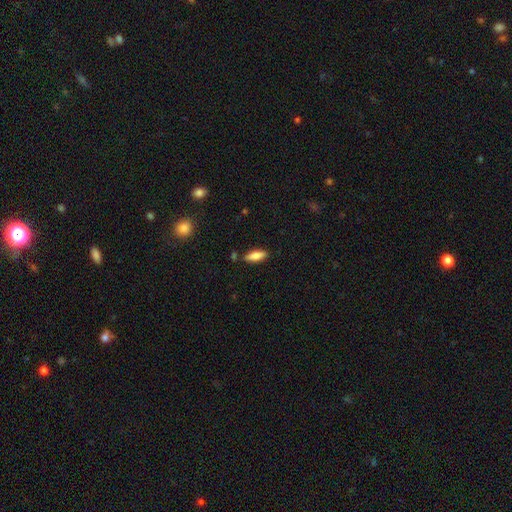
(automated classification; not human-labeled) Overall: smooth (79%). How rounded: in between (60%; cigar-shaped 38%). Merging: none (83%).